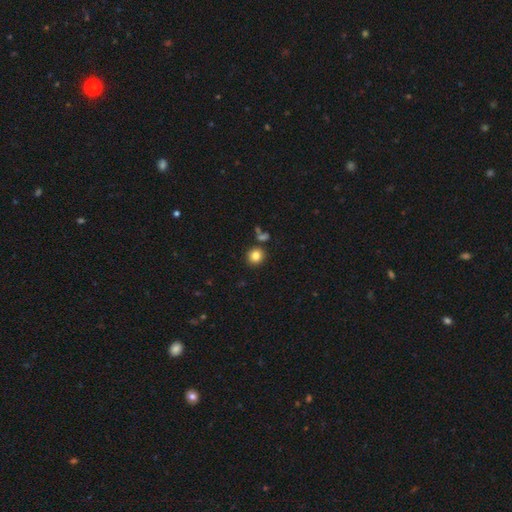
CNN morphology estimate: A smooth galaxy with no disk features (82%) that is round (89%). Merging: none (84%).